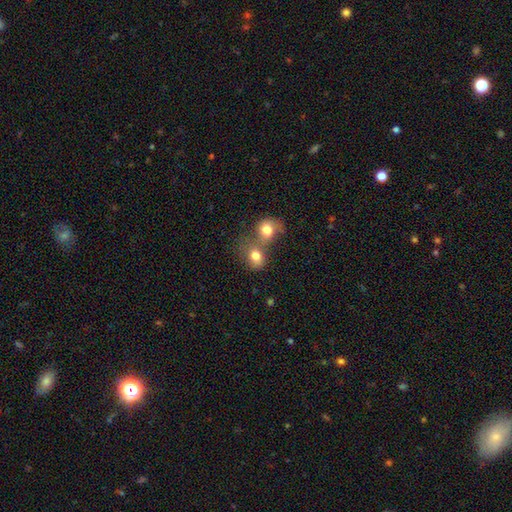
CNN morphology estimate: smooth 79%, featured or disk 11%, star or artifact 10%. Down the decision tree: how rounded — round (55%); merging — merger (60%).